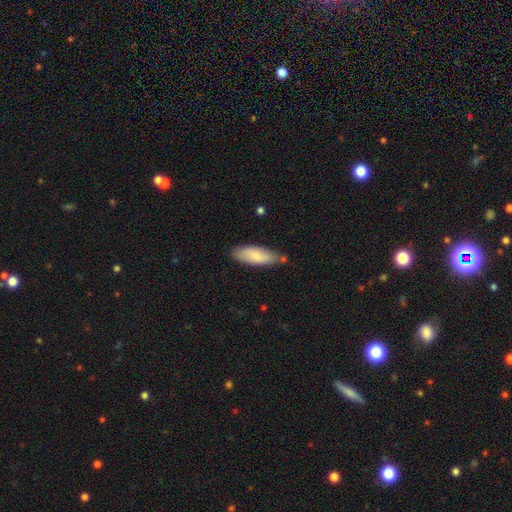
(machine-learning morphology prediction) Smooth or featured? smooth (79%)
How rounded? in between (66%)
Merging? none (75%)